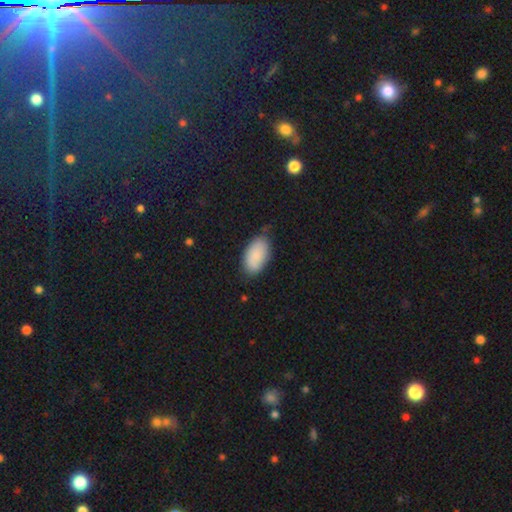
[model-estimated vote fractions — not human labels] smooth-or-featured: smooth: 84% | featured or disk: 10% | star or artifact: 7%
  how-rounded: in between: 95% | round: 3% | cigar-shaped: 2%
  merging: none: 73% | minor disturbance: 21% | major disturbance: 4% | merger: 2%